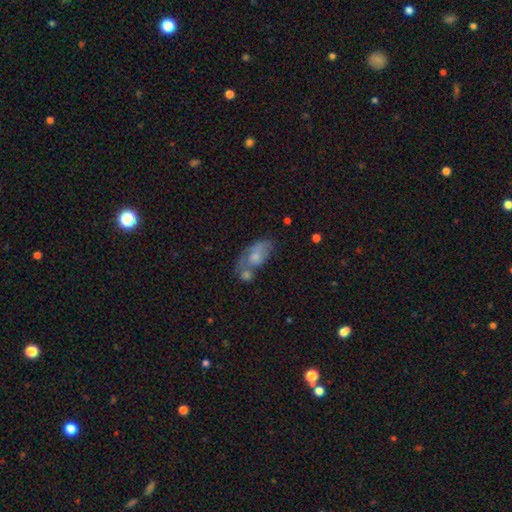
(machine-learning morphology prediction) This is possibly a smooth galaxy (56%). How rounded: clearly in between (89%). Merging: marginally none (32%).